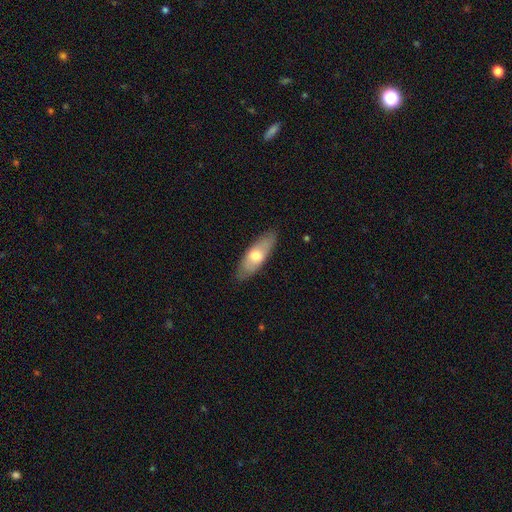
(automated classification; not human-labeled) Smooth or featured? smooth (63%)
How rounded? in between (64%)
Merging? none (84%)